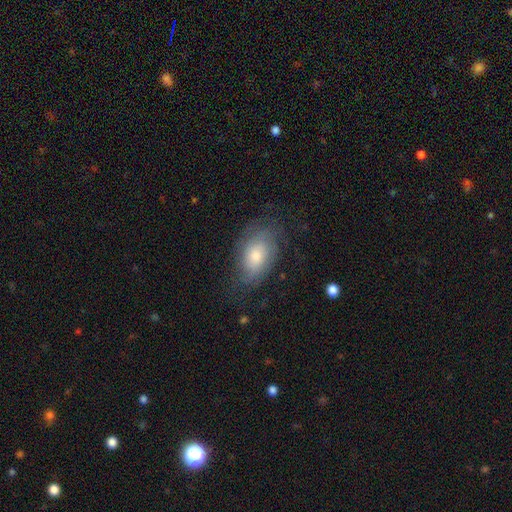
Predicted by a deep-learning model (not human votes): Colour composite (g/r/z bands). It shows a smooth galaxy with no disk features (47%). Merging: none (66%).